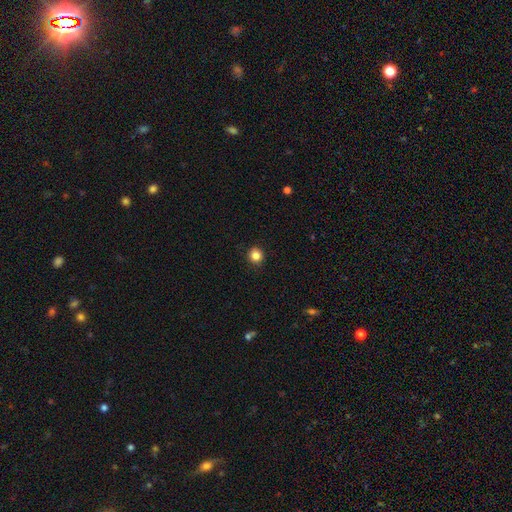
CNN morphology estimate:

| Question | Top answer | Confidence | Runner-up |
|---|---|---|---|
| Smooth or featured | smooth | 84% | star or artifact (11%) |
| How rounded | round | 91% | in between (8%) |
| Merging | none | 92% | minor disturbance (6%) |